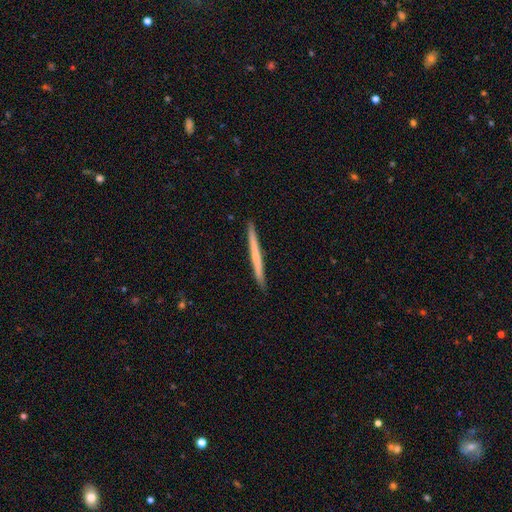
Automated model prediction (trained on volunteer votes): smooth 51%, featured or disk 43%, star or artifact 5%. Down the decision tree: how rounded — cigar-shaped (97%); merging — none (93%).